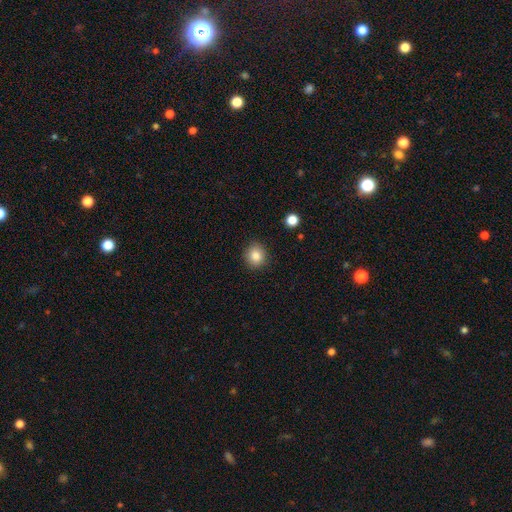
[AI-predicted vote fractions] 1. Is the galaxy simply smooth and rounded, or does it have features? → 85% smooth, 10% star or artifact, 5% featured or disk.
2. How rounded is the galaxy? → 88% round, 11% in between, 1% cigar-shaped.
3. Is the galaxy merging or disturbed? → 89% none, 7% minor disturbance, 2% major disturbance, 1% merger.